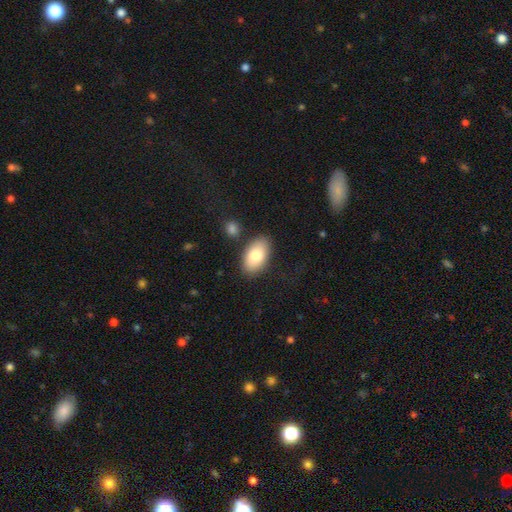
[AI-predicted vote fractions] Smooth or featured?
  - smooth: 80% *
  - featured or disk: 14%
  - star or artifact: 6%
How rounded?
  - in between: 94% *
  - round: 4%
  - cigar-shaped: 2%
Merging?
  - none: 83% *
  - minor disturbance: 10%
  - merger: 4%
  - major disturbance: 3%